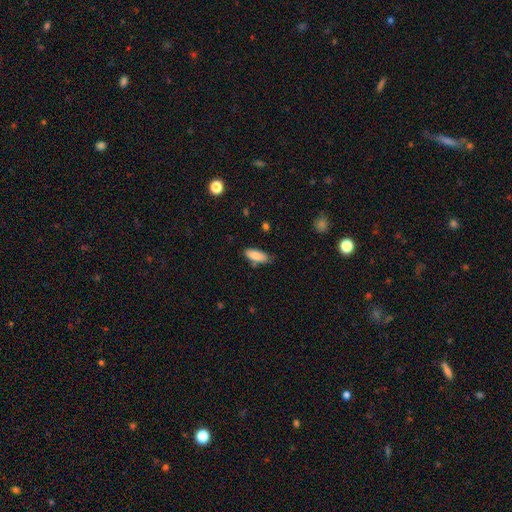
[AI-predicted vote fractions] This is clearly a smooth galaxy (84%). How rounded: likely in between (75%). Merging: likely none (73%).